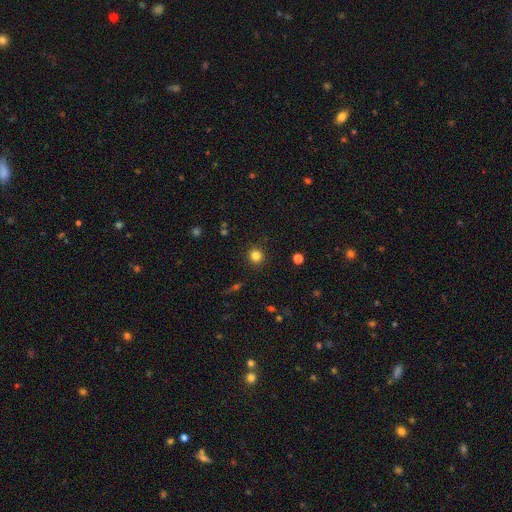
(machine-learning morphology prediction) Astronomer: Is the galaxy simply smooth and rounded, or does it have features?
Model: smooth — 82%.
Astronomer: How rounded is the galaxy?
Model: round — 92%.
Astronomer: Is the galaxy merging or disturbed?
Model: none — 91%.